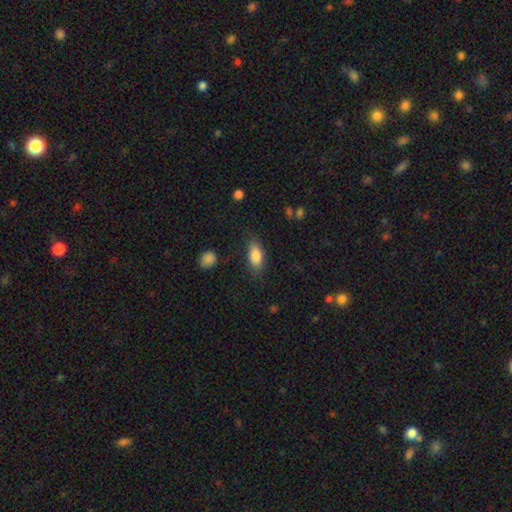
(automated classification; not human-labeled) Smooth or featured: smooth — 84% (featured or disk — 8%)
How rounded: in between — 86% (cigar-shaped — 10%)
Merging: none — 80% (minor disturbance — 14%)